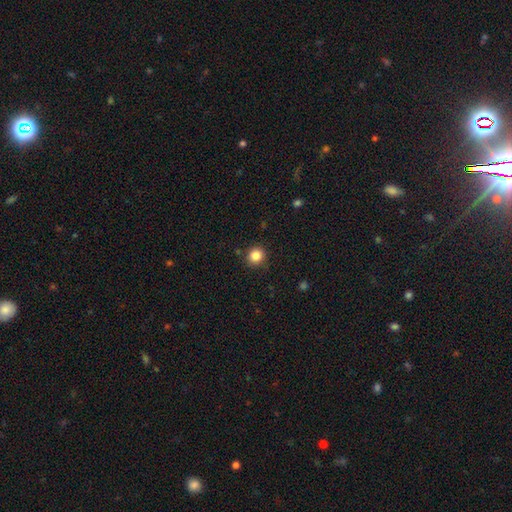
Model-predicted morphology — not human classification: type=smooth (84%); roundness=round (91%); merging=none (89%).